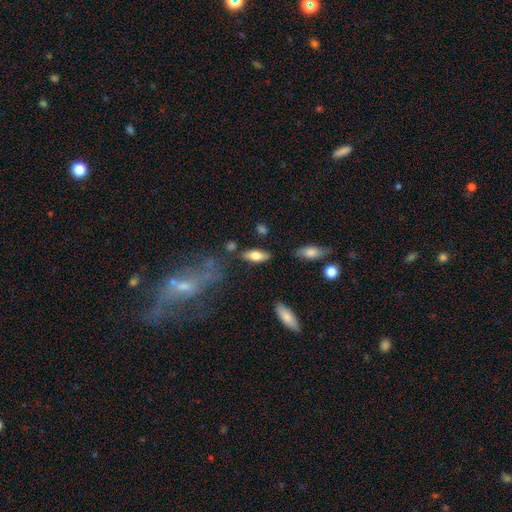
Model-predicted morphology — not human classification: A smooth galaxy with no disk features (70%) that is in between round and cigar-shaped (77%). Merging: none (80%).